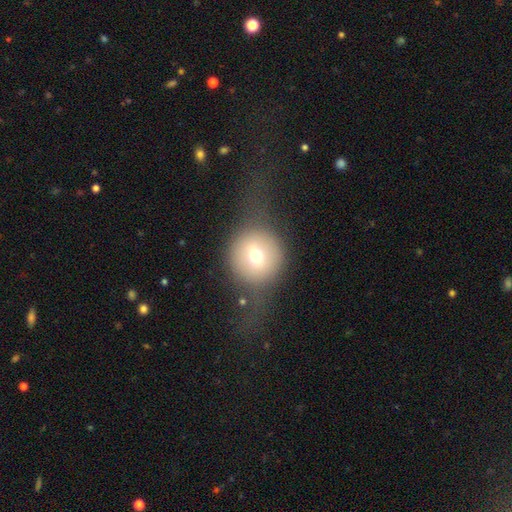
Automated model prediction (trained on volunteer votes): Morphology: type=smooth (66%); roundness=round (89%); merging=none (59%).